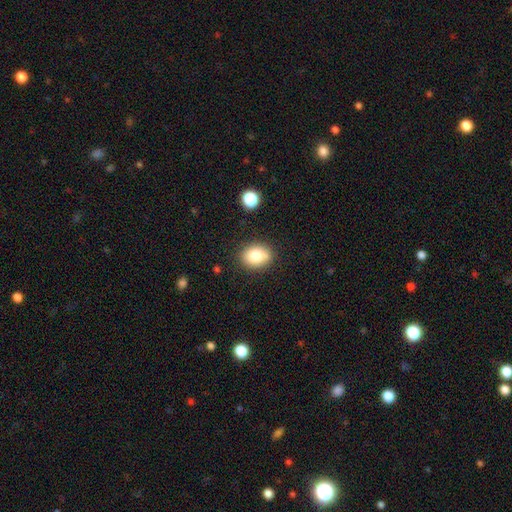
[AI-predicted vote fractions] smooth 83%, star or artifact 9%, featured or disk 8%. Down the decision tree: how rounded — in between (61%); merging — none (80%).